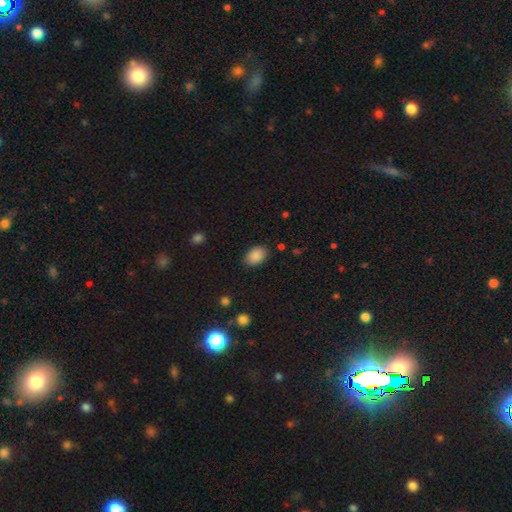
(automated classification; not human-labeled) This is clearly a smooth galaxy (88%). How rounded: clearly in between (81%). Merging: clearly none (84%).